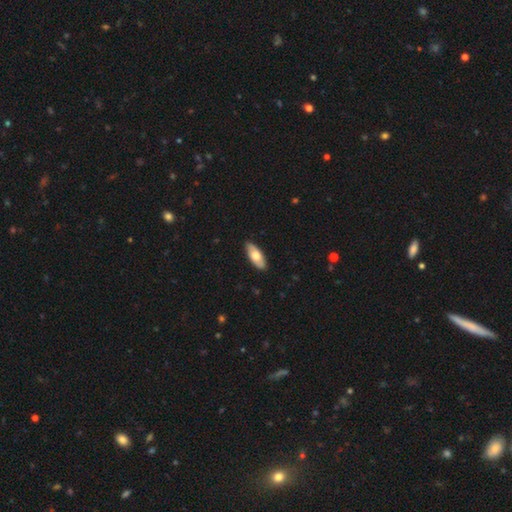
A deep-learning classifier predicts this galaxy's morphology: smooth 68%, featured or disk 27%, star or artifact 5%. Down the decision tree: how rounded — in between (81%); merging — none (88%).